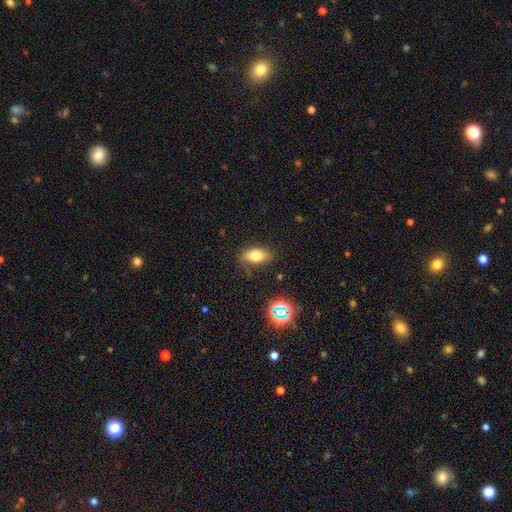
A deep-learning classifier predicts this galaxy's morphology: type=smooth (72%); roundness=in between (83%); merging=none (79%).